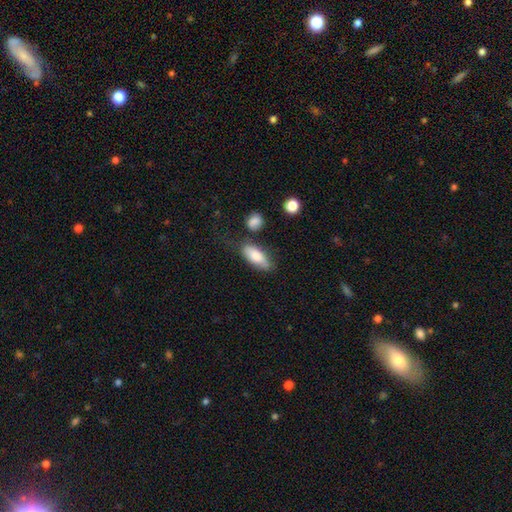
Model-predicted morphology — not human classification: Q: Smooth or featured?
A: smooth (81%); runner-up: featured or disk (13%)
Q: How rounded?
A: in between (81%); runner-up: cigar-shaped (16%)
Q: Merging?
A: none (59%); runner-up: minor disturbance (25%)